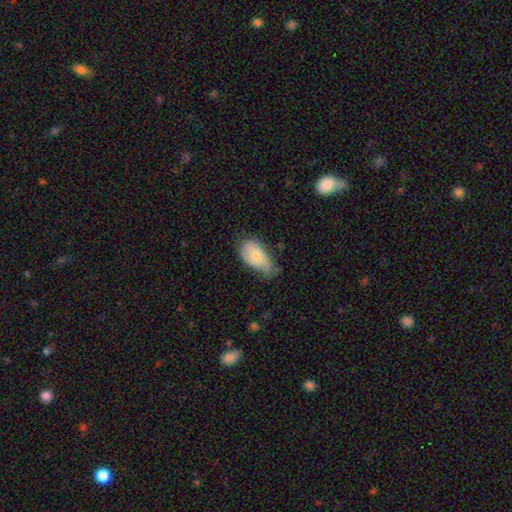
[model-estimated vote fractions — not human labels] Smooth or featured? smooth (68%)
How rounded? in between (92%)
Merging? minor disturbance (47%)